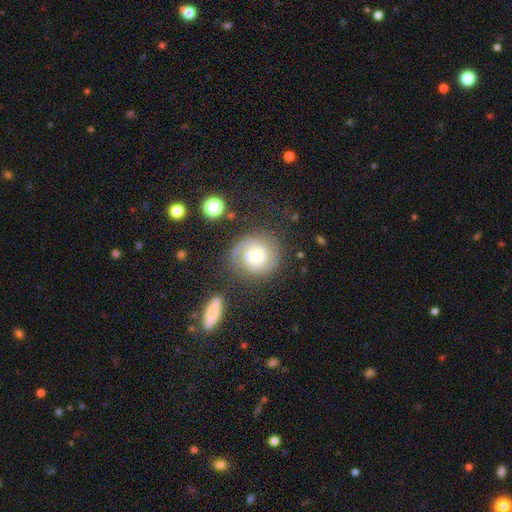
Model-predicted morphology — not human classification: Q: Smooth or featured?
A: featured or disk (72%); runner-up: smooth (20%)
Q: Edge-on disk?
A: no (98%); runner-up: yes (2%)
Q: Bar?
A: no (72%); runner-up: weak (23%)
Q: Spiral arms?
A: yes (94%); runner-up: no (6%)
Q: Spiral winding?
A: tight (53%); runner-up: medium (36%)
Q: Spiral arm count?
A: 2 (73%); runner-up: 1 (12%)
Q: Bulge size?
A: moderate (63%); runner-up: small (25%)
Q: Merging?
A: none (73%); runner-up: minor disturbance (15%)